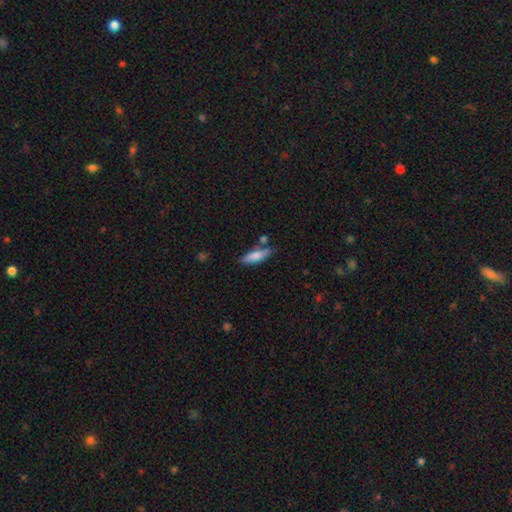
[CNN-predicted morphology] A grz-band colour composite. It shows a smooth galaxy with no disk features (76%) that is cigar-shaped (57%). Merging: none (70%).